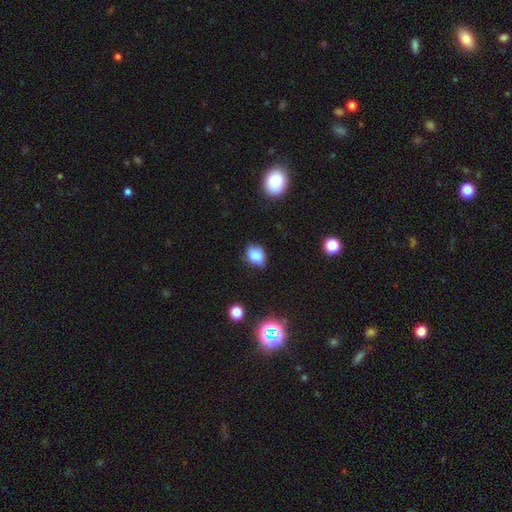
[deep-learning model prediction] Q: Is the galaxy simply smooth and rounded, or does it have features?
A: smooth — 82%.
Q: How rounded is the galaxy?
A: in between — 68%.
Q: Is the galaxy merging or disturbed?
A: none — 74%.